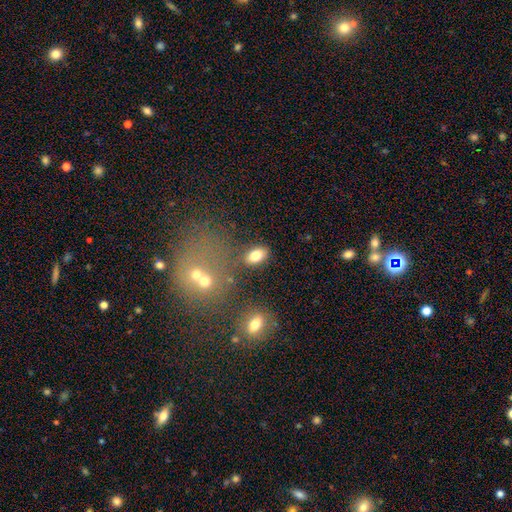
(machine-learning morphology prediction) Smooth or featured? smooth (78%)
How rounded? in between (88%)
Merging? none (78%)